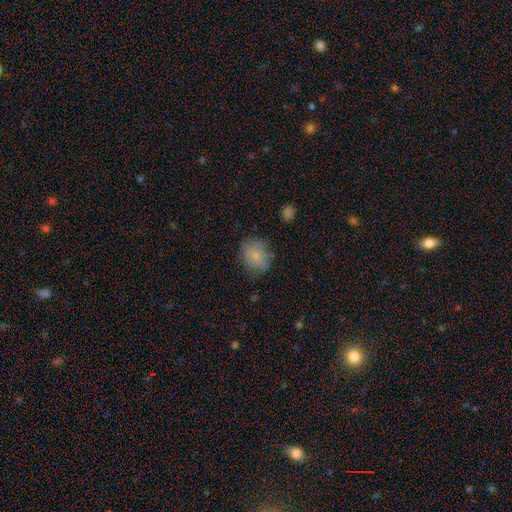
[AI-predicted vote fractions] smooth-or-featured: smooth: 81% | featured or disk: 10% | star or artifact: 9%
  how-rounded: round: 57% | in between: 42% | cigar-shaped: 1%
  merging: none: 78% | minor disturbance: 17% | major disturbance: 4% | merger: 2%